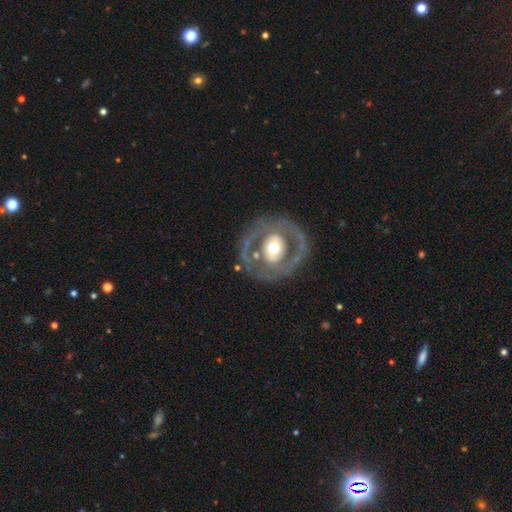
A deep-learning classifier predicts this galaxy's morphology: This is likely a featured or disk galaxy (73%). It is clearly not viewed edge-on (95%). Bar: likely no (68%). Spiral arm pattern: likely no (62%). Central bulge: likely moderate (63%). Merging: likely none (77%).